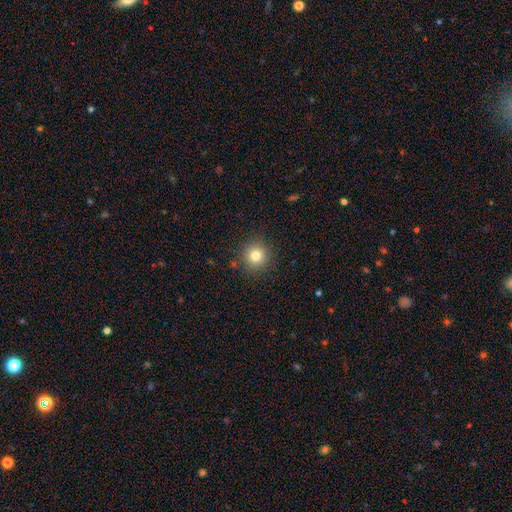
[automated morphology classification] The model was most divided on "smooth or featured": smooth: 80%, star or artifact: 12%, featured or disk: 7%. More confident: how rounded — round (95%); merging — none (89%).